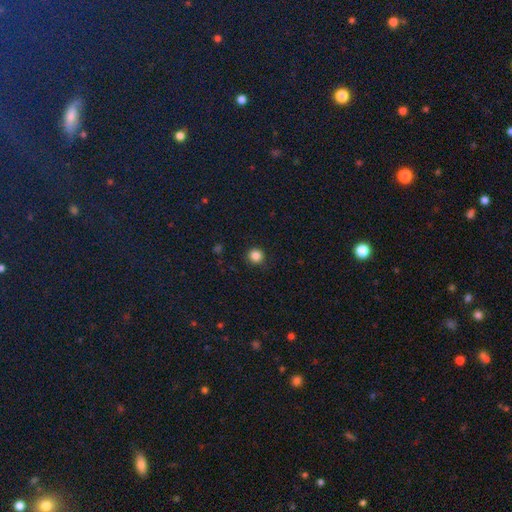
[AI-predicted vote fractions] Overall: smooth (85%). How rounded: round (94%). Merging: none (91%).